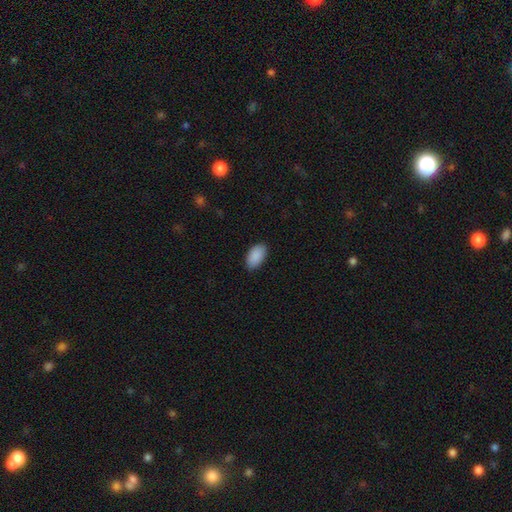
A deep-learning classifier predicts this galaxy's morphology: Overall: smooth (91%). How rounded: in between (95%). Merging: none (87%).